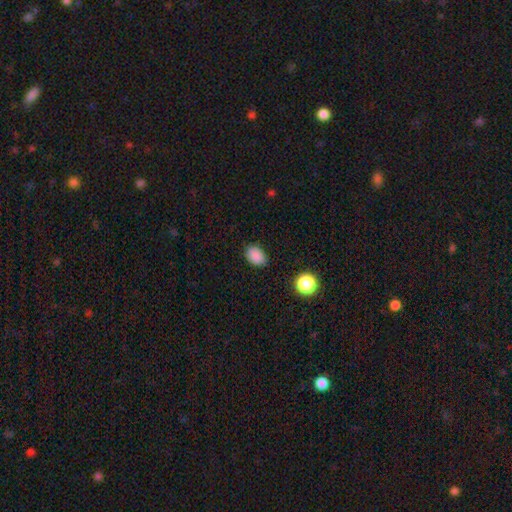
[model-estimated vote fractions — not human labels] smooth_or_featured: smooth (p=0.87) [alt: star or artifact p=0.10]
how_rounded: in between (p=0.80) [alt: round p=0.19]
merging: none (p=0.84) [alt: minor disturbance p=0.12]